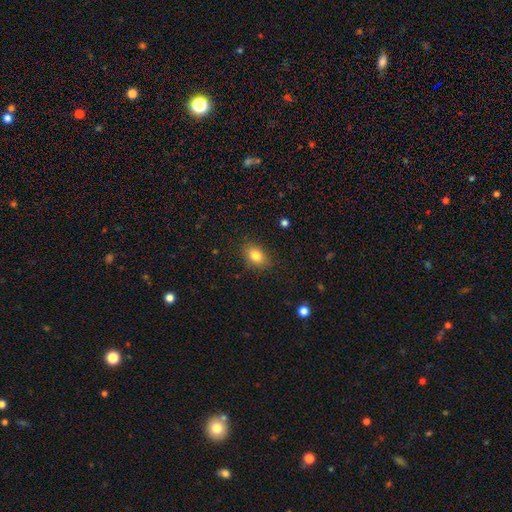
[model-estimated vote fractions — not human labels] smooth_or_featured: smooth (p=0.82) [alt: star or artifact p=0.10]
how_rounded: in between (p=0.76) [alt: round p=0.23]
merging: none (p=0.84) [alt: minor disturbance p=0.12]